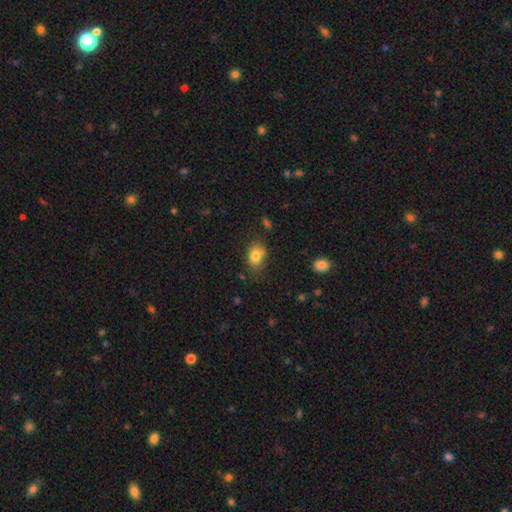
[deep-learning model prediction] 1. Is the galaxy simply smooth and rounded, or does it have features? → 81% smooth, 10% featured or disk, 9% star or artifact.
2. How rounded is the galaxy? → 77% in between, 22% round, 2% cigar-shaped.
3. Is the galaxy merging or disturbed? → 68% none, 22% minor disturbance, 5% merger, 5% major disturbance.